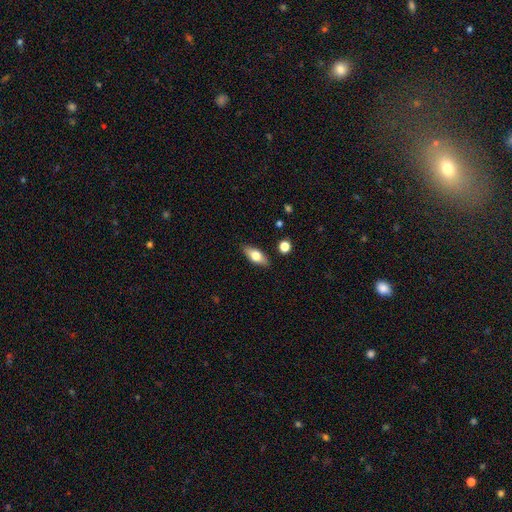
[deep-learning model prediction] Smooth or featured?
  - smooth: 67% *
  - featured or disk: 26%
  - star or artifact: 7%
How rounded?
  - in between: 79% *
  - cigar-shaped: 17%
  - round: 4%
Merging?
  - none: 86% *
  - minor disturbance: 10%
  - major disturbance: 2%
  - merger: 2%